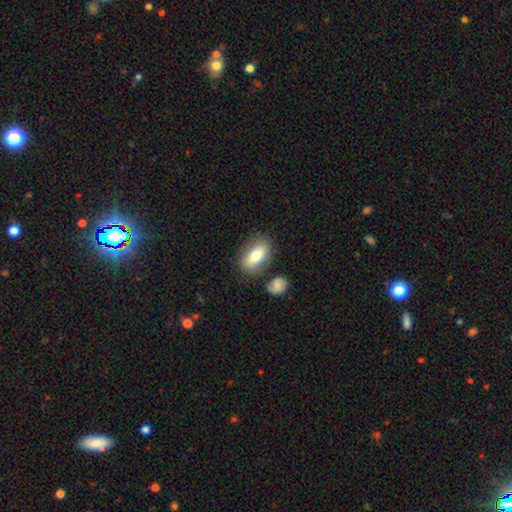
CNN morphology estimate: smooth_or_featured: smooth (p=0.73) [alt: featured or disk p=0.20]
how_rounded: in between (p=0.88) [alt: round p=0.07]
merging: none (p=0.75) [alt: minor disturbance p=0.13]